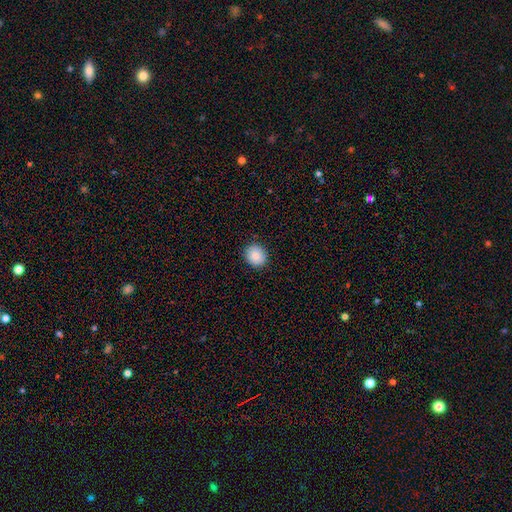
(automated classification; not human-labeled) Smooth or featured: smooth — 89% (star or artifact — 8%)
How rounded: round — 80% (in between — 19%)
Merging: none — 90% (minor disturbance — 7%)